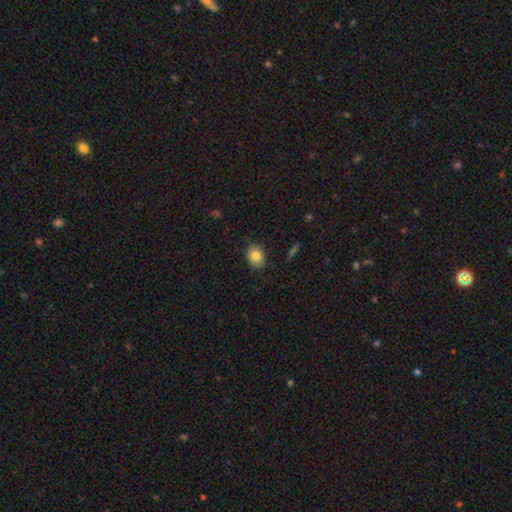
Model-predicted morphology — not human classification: A smooth galaxy with no disk features (81%) that is round (50%).

Vote fractions:
- Smooth or featured? smooth: 81% / featured or disk: 10% / star or artifact: 9%
- How rounded? round: 50% / in between: 49% / cigar-shaped: 1%
- Merging? none: 85% / minor disturbance: 12% / major disturbance: 2% / merger: 1%